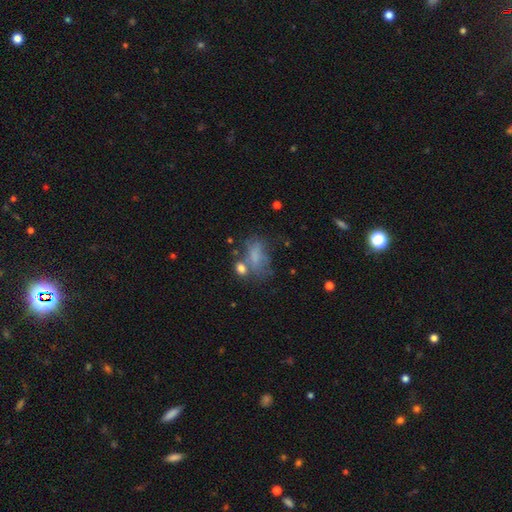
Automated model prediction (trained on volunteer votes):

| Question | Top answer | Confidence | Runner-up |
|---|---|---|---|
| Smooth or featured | smooth | 56% | featured or disk (29%) |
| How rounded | in between | 82% | round (13%) |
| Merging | none | 35% | major disturbance (24%) |